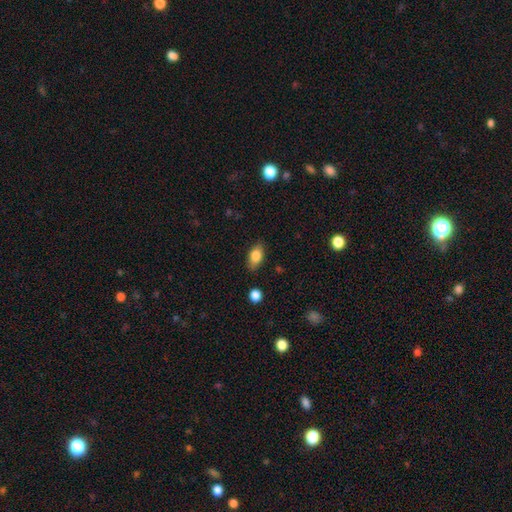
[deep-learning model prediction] smooth 82%, featured or disk 10%, star or artifact 8%. Down the decision tree: how rounded — in between (88%); merging — none (83%).